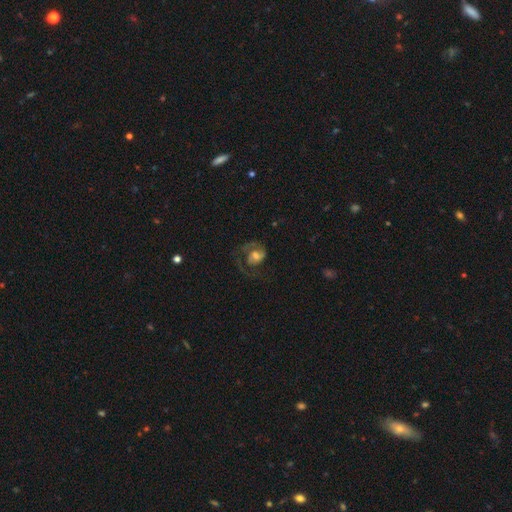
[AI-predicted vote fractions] Overall: featured or disk (69%). Edge-on disk: no (98%). Bar: no (56%; weak 35%). Spiral arms: yes (88%). Spiral arm count: 2 (47%; 1 39%). Spiral winding: medium (47%; loose 28%). Bulge size: moderate (51%; small 22%). Merging: none (43%; major disturbance 37%).